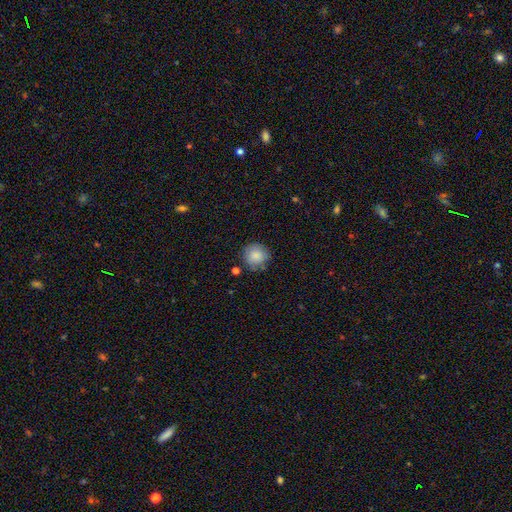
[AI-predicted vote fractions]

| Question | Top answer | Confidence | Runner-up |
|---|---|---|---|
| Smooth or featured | smooth | 85% | star or artifact (8%) |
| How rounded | round | 92% | in between (7%) |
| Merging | none | 78% | minor disturbance (16%) |